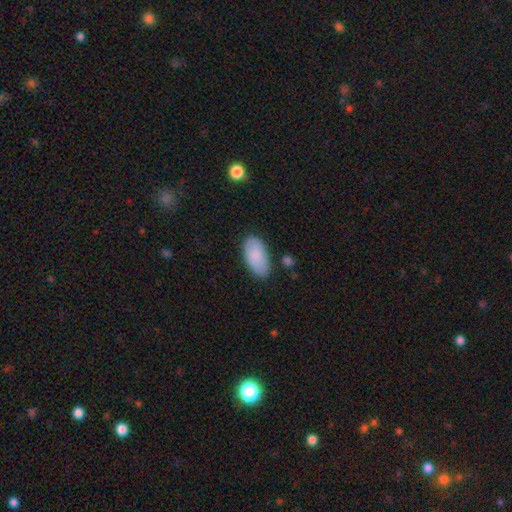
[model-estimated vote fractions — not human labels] Overall: smooth (88%). How rounded: in between (95%). Merging: none (82%).